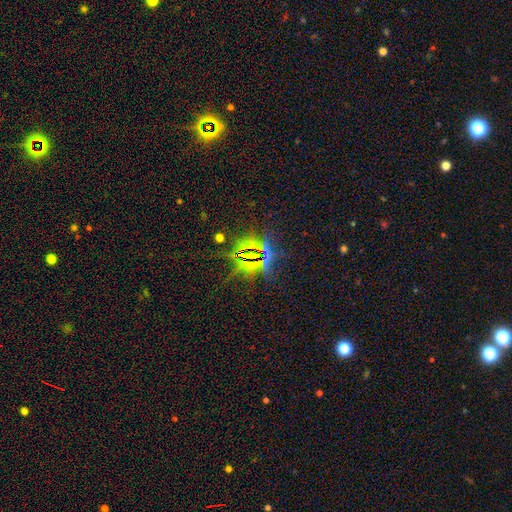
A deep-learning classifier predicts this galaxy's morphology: Smooth or featured? star or artifact (81%)